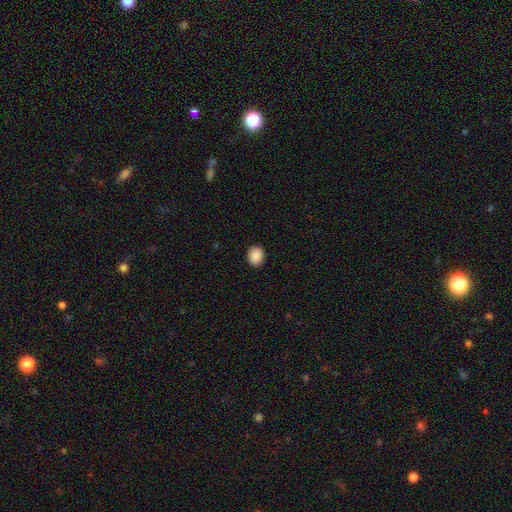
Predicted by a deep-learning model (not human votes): Smooth or featured?
  - smooth: 90% *
  - star or artifact: 8%
  - featured or disk: 3%
How rounded?
  - round: 59% *
  - in between: 40%
  - cigar-shaped: 1%
Merging?
  - none: 91% *
  - minor disturbance: 6%
  - major disturbance: 2%
  - merger: 1%